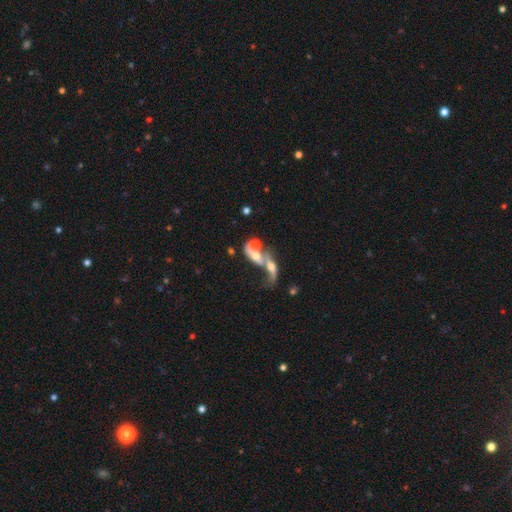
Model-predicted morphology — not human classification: featured or disk 52%, smooth 35%, star or artifact 13%. Down the decision tree: edge-on disk — no (89%); merging — merger (67%).